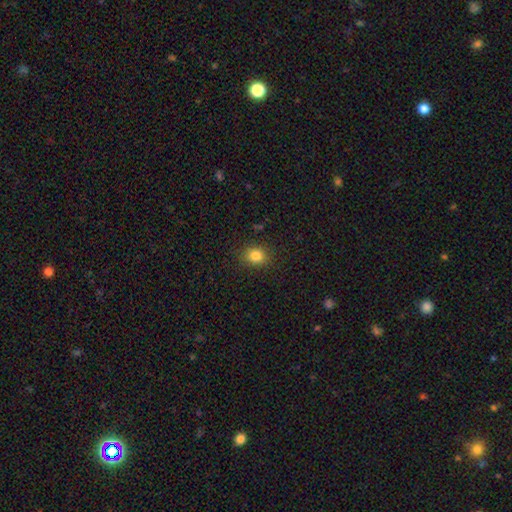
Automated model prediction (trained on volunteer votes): Smooth or featured?
  - smooth: 82% *
  - star or artifact: 12%
  - featured or disk: 6%
How rounded?
  - round: 64% *
  - in between: 35%
  - cigar-shaped: 1%
Merging?
  - none: 88% *
  - minor disturbance: 9%
  - major disturbance: 3%
  - merger: 1%